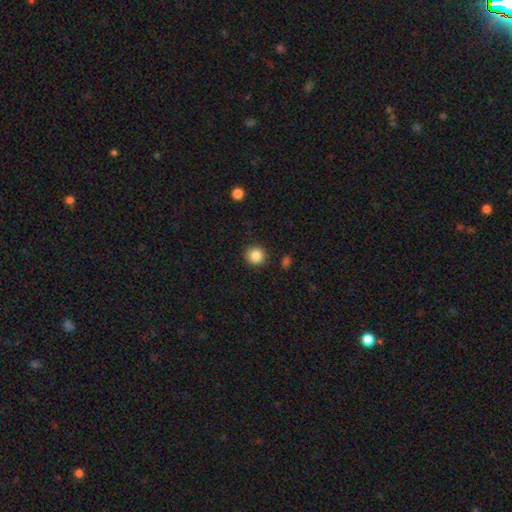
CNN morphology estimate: Smooth or featured?
  - smooth: 86% *
  - star or artifact: 10%
  - featured or disk: 4%
How rounded?
  - round: 92% *
  - in between: 7%
  - cigar-shaped: 1%
Merging?
  - none: 89% *
  - minor disturbance: 7%
  - major disturbance: 2%
  - merger: 2%